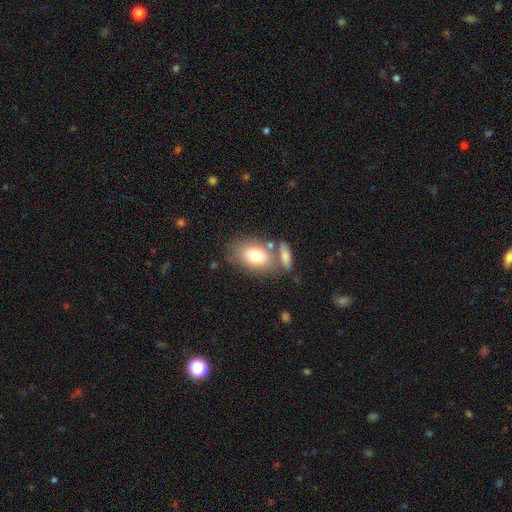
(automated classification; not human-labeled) Smooth or featured: smooth — 75% (featured or disk — 17%)
How rounded: in between — 82% (round — 16%)
Merging: none — 57% (merger — 24%)